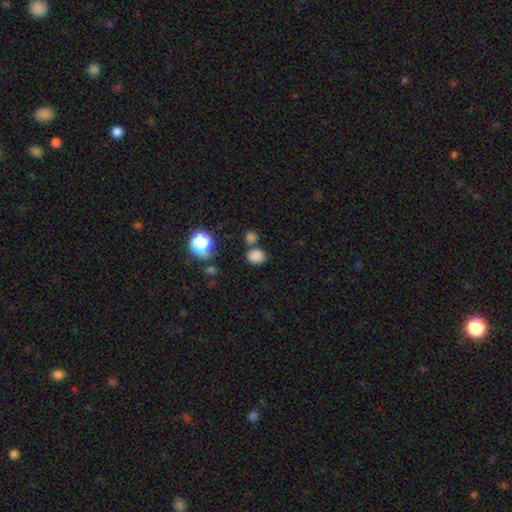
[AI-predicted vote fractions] The model was most divided on "how rounded": round: 70%, in between: 29%, cigar-shaped: 1%. More confident: smooth or featured — smooth (80%); merging — none (72%).